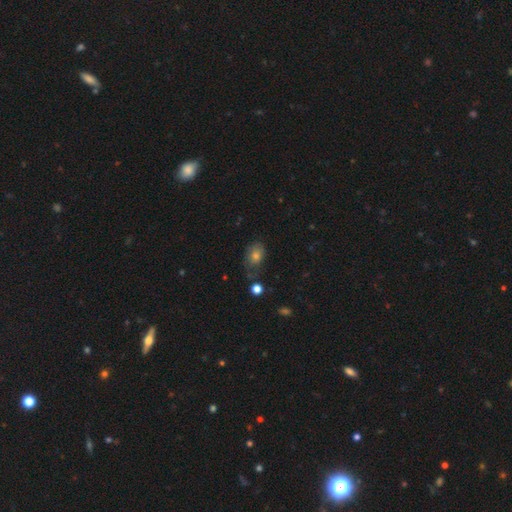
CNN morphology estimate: Smooth or featured?
  - smooth: 68% *
  - featured or disk: 18%
  - star or artifact: 14%
How rounded?
  - in between: 73% *
  - round: 25%
  - cigar-shaped: 1%
Merging?
  - none: 57% *
  - minor disturbance: 27%
  - major disturbance: 11%
  - merger: 4%